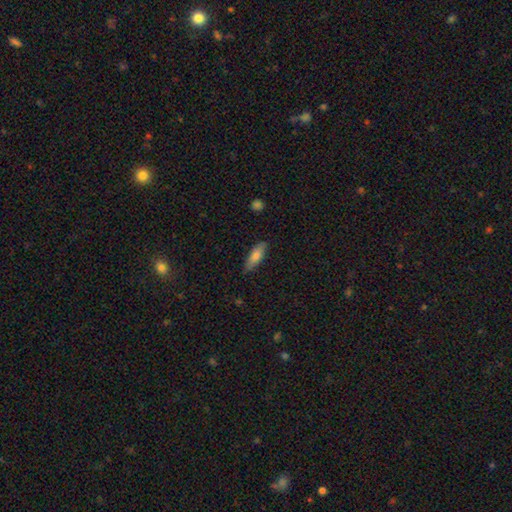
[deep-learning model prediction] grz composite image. It shows a smooth galaxy with no disk features (76%) that is in between round and cigar-shaped (55%). Merging: none (84%).